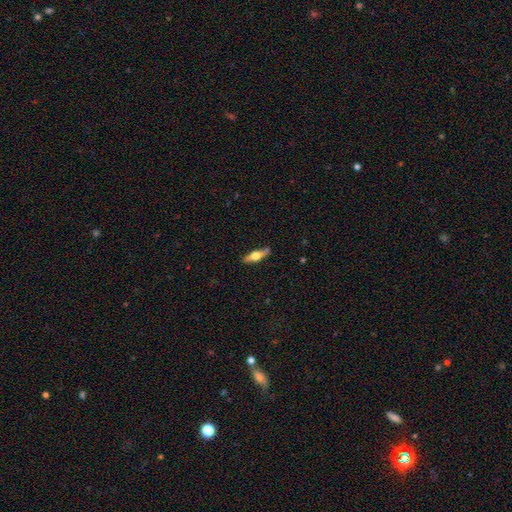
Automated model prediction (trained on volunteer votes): Morphology: type=featured or disk (50%); merging=none (81%).